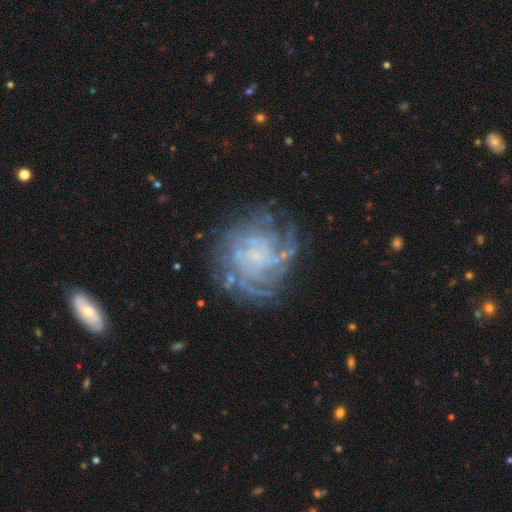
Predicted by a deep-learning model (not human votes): Smooth or featured? featured or disk (80%)
Edge-on disk? no (98%)
Bar? no (69%)
Spiral arms? yes (91%)
Spiral winding? tight (60%)
Spiral arm count? can't tell (36%)
Bulge size? none (45%)
Merging? none (67%)